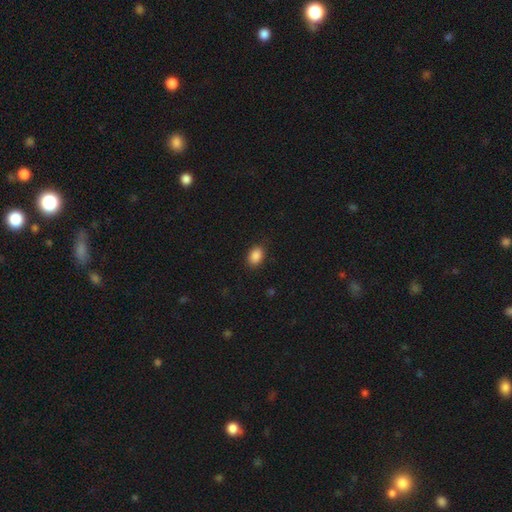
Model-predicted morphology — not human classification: A smooth galaxy with no disk features (88%) that is in between round and cigar-shaped (80%).

Vote fractions:
- Smooth or featured? smooth: 88% / star or artifact: 8% / featured or disk: 3%
- How rounded? in between: 80% / round: 19% / cigar-shaped: 1%
- Merging? none: 86% / minor disturbance: 10% / major disturbance: 3% / merger: 1%